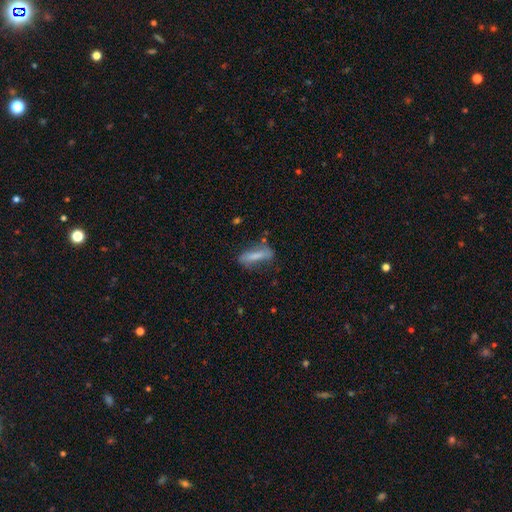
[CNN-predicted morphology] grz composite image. It shows a smooth galaxy with no disk features (66%) that is cigar-shaped (55%). Merging: none (60%).